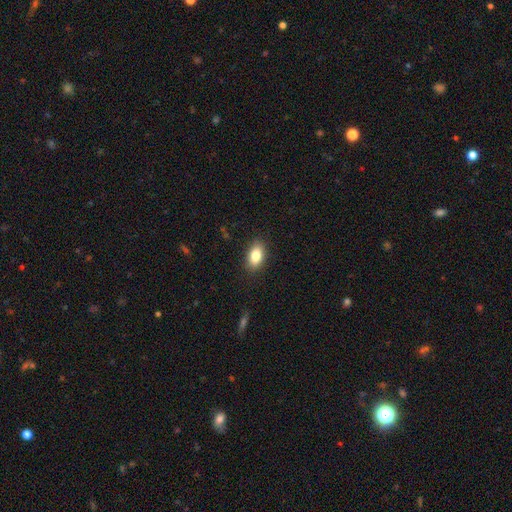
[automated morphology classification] Smooth or featured? smooth (84%)
How rounded? in between (90%)
Merging? none (87%)